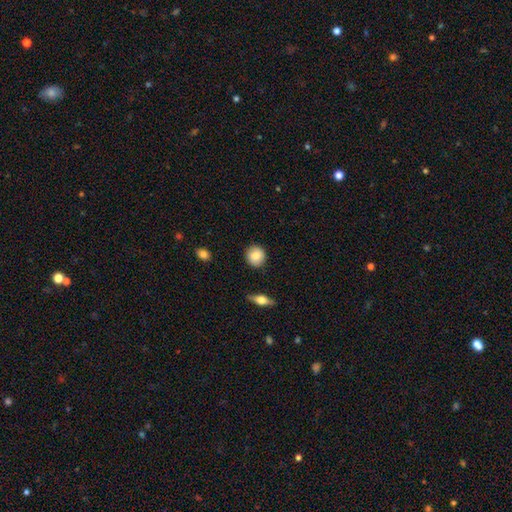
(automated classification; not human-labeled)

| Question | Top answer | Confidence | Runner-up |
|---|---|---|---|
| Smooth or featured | smooth | 85% | featured or disk (8%) |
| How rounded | round | 88% | in between (11%) |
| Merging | none | 89% | minor disturbance (8%) |